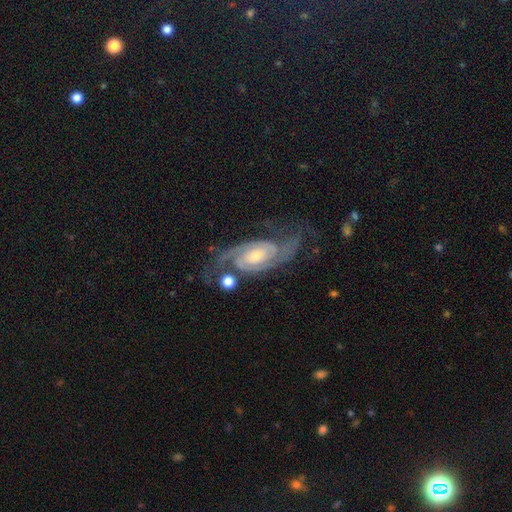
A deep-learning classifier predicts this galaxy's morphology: Smooth or featured? Predicted: featured or disk (p=0.91). Edge-on disk? Predicted: no (p=0.96). Bar? Predicted: no (p=0.54). Spiral arms? Predicted: yes (p=0.98). Spiral winding? Predicted: tight (p=0.49). Spiral arm count? Predicted: 2 (p=0.83). Bulge size? Predicted: moderate (p=0.45, tied with small). Merging? Predicted: none (p=0.67).